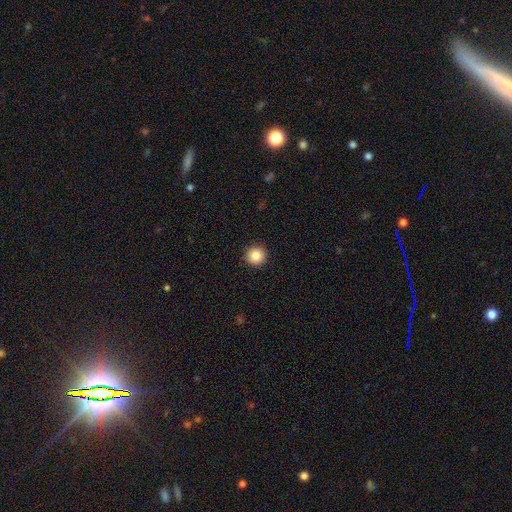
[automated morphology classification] Smooth or featured? Predicted: smooth (p=0.84). How rounded? Predicted: round (p=0.96). Merging? Predicted: none (p=0.93).